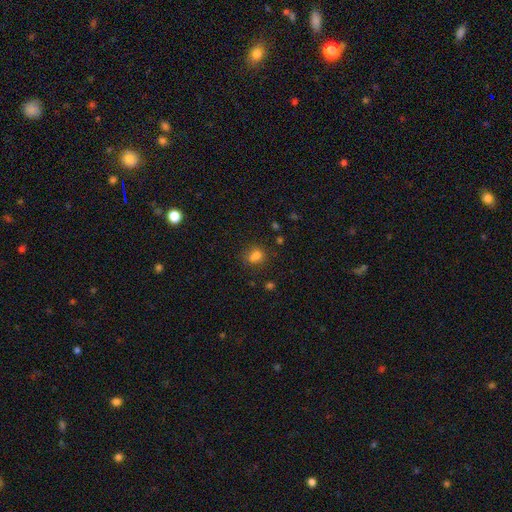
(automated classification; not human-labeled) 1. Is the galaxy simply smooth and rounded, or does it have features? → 73% smooth, 17% star or artifact, 10% featured or disk.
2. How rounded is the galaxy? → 63% round, 36% in between, 1% cigar-shaped.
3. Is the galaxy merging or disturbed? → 52% none, 27% merger, 15% minor disturbance, 6% major disturbance.